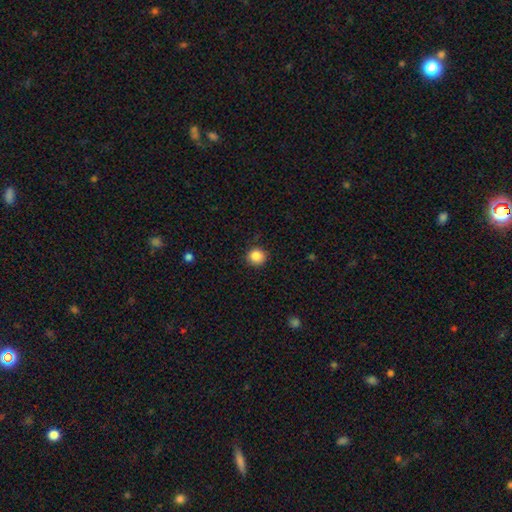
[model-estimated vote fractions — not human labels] smooth-or-featured: smooth: 86% | star or artifact: 10% | featured or disk: 4%
  how-rounded: round: 91% | in between: 8% | cigar-shaped: 1%
  merging: none: 88% | minor disturbance: 8% | major disturbance: 2% | merger: 1%